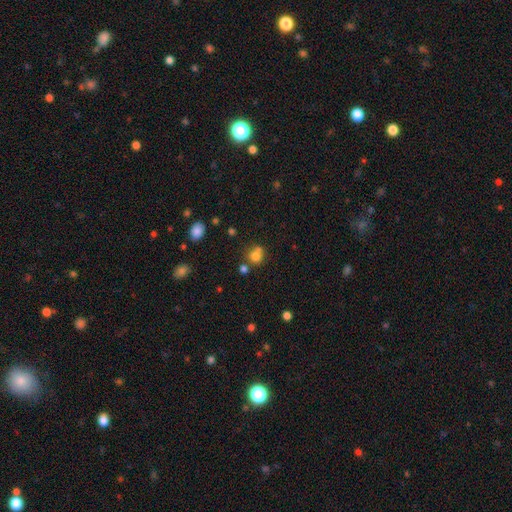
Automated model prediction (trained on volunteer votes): A smooth galaxy with no disk features (77%) that is round (78%).

Vote fractions:
- Smooth or featured? smooth: 77% / star or artifact: 14% / featured or disk: 10%
- How rounded? round: 78% / in between: 21% / cigar-shaped: 1%
- Merging? none: 53% / merger: 28% / minor disturbance: 14% / major disturbance: 5%